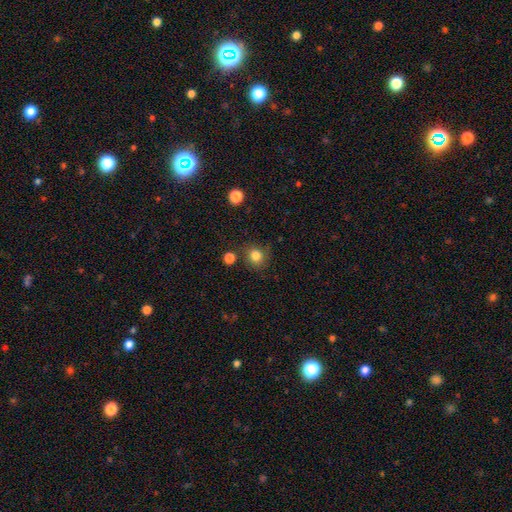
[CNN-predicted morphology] smooth 83%, star or artifact 12%, featured or disk 6%. Down the decision tree: how rounded — round (87%); merging — none (79%).